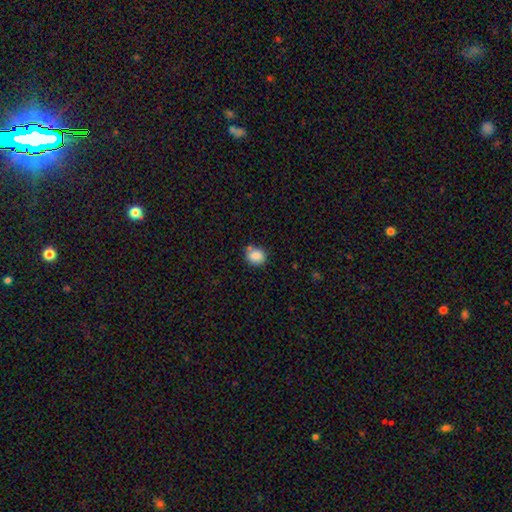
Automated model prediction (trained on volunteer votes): Overall: smooth (86%). How rounded: round (70%). Merging: none (71%).